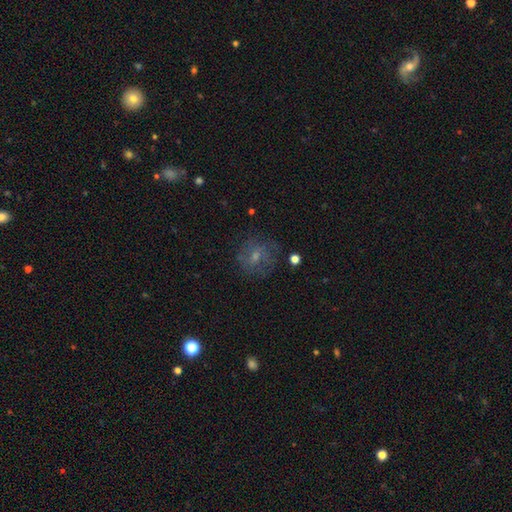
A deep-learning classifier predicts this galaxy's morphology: Smooth or featured: smooth — 43% (featured or disk — 42%)
Merging: none — 66% (minor disturbance — 18%)